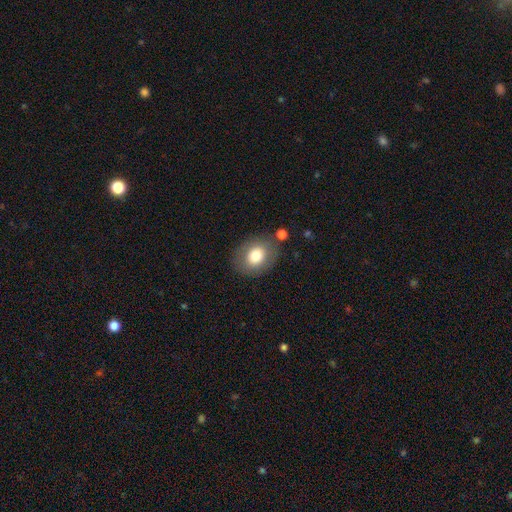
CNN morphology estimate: Overall: smooth (76%). How rounded: in between (58%; round 41%). Merging: none (80%).